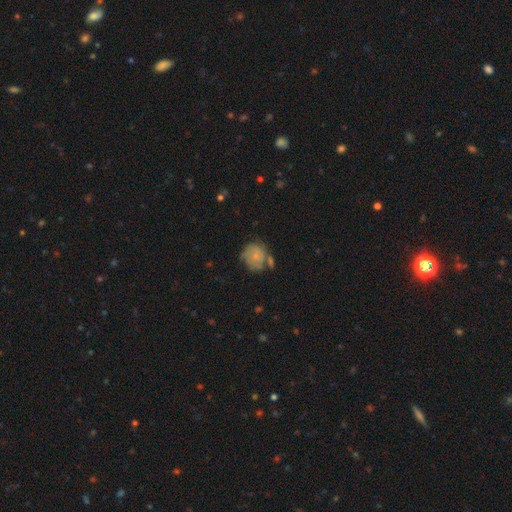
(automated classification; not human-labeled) Smooth or featured?
  - smooth: 59% *
  - featured or disk: 32%
  - star or artifact: 8%
How rounded?
  - round: 73% *
  - in between: 26%
  - cigar-shaped: 1%
Merging?
  - none: 47% *
  - minor disturbance: 25%
  - merger: 18%
  - major disturbance: 11%